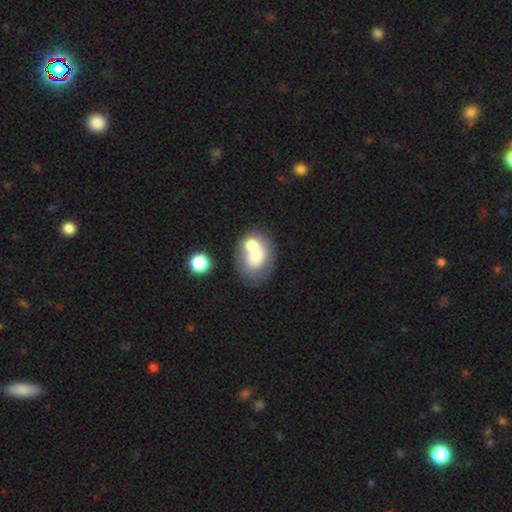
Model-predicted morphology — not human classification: type=smooth (60%); roundness=in between (58%); merging=merger (48%).